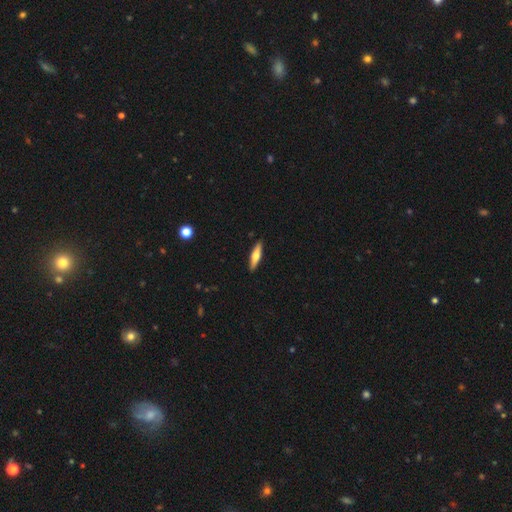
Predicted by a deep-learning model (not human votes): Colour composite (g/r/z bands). It shows a smooth galaxy with no disk features (55%) that is cigar-shaped (74%). Merging: none (90%).